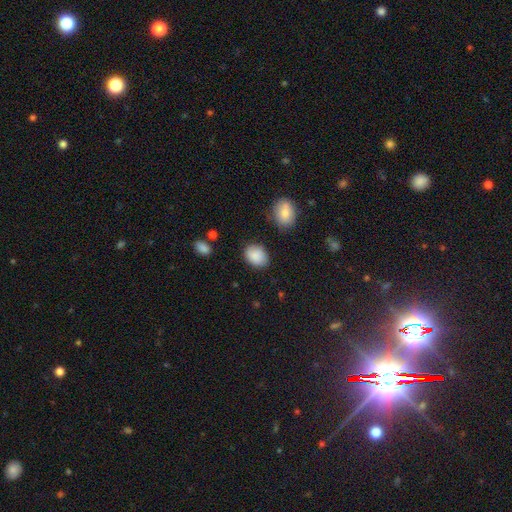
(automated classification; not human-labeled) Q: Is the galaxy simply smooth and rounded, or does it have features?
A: smooth — 88%.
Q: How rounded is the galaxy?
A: in between — 69%.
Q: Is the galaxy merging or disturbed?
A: none — 82%.